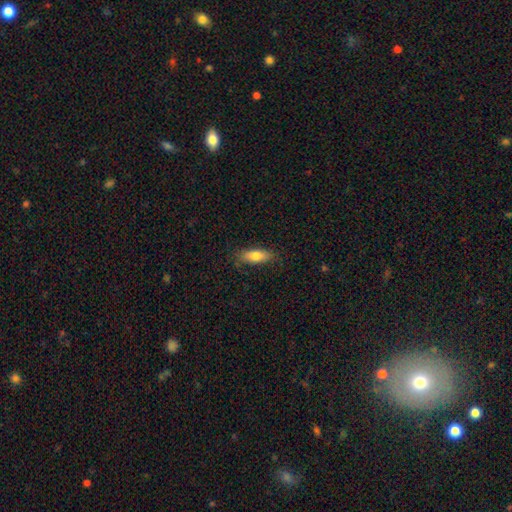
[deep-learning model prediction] Morphology: type=smooth (75%); roundness=in between (66%); merging=none (79%).